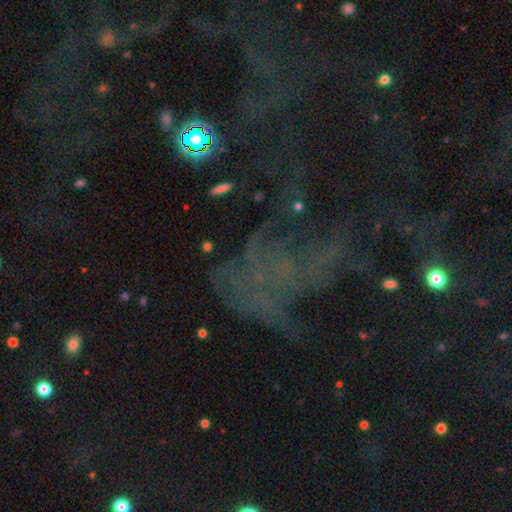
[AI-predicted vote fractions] star or artifact 54%, featured or disk 26%, smooth 20%.